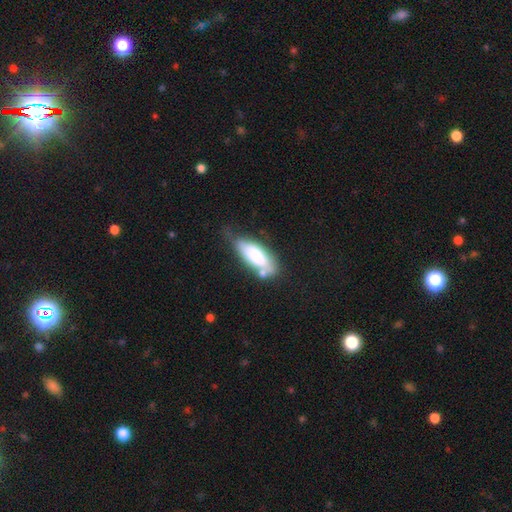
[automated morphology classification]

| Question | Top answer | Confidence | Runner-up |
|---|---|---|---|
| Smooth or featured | smooth | 72% | featured or disk (21%) |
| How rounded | in between | 70% | cigar-shaped (28%) |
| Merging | none | 43% | minor disturbance (29%) |